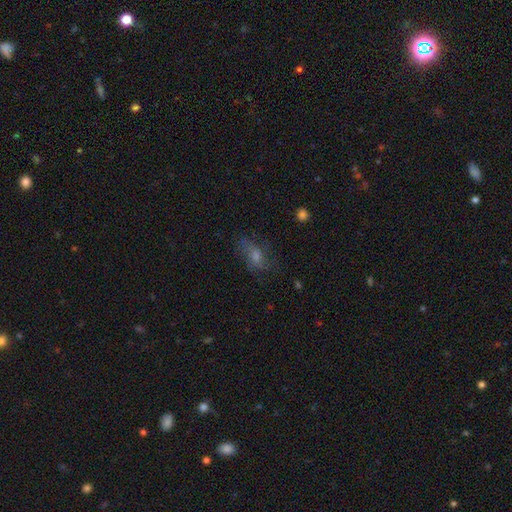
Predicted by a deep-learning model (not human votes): smooth 45%, featured or disk 32%, star or artifact 23%. Down the decision tree: merging — none (61%).